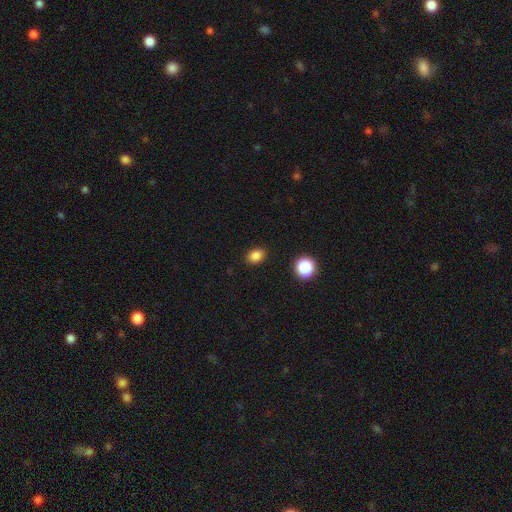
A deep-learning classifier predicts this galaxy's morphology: Q: Smooth or featured?
A: smooth (84%); runner-up: star or artifact (12%)
Q: How rounded?
A: in between (59%); runner-up: round (40%)
Q: Merging?
A: none (89%); runner-up: minor disturbance (7%)